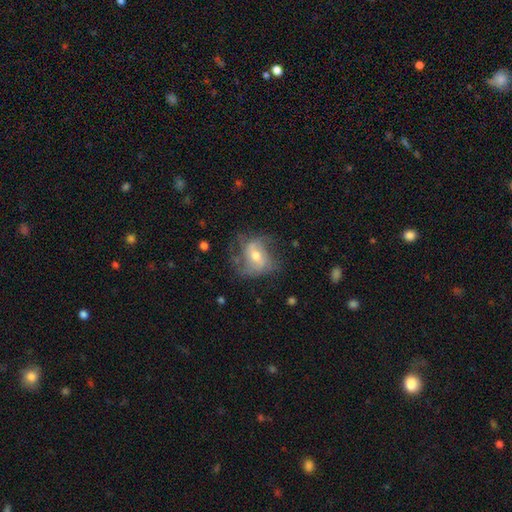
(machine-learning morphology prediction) Q: Smooth or featured?
A: featured or disk (64%); runner-up: smooth (28%)
Q: Edge-on disk?
A: no (96%); runner-up: yes (4%)
Q: Bar?
A: weak (43%); runner-up: no (42%)
Q: Spiral arms?
A: yes (79%); runner-up: no (21%)
Q: Bulge size?
A: moderate (67%); runner-up: small (25%)
Q: Merging?
A: none (51%); runner-up: minor disturbance (25%)